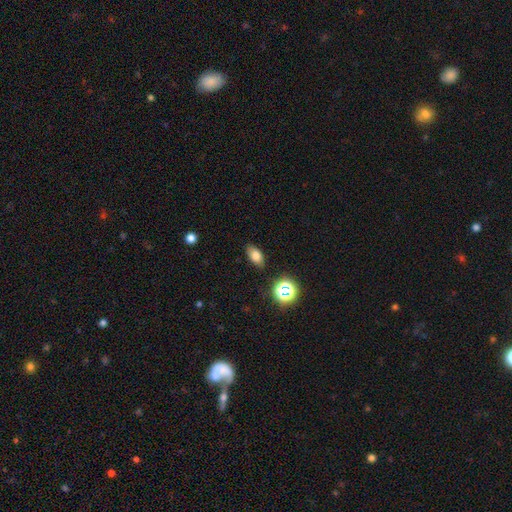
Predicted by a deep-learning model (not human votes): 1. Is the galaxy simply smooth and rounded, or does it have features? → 77% smooth, 14% star or artifact, 10% featured or disk.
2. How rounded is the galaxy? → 87% in between, 9% round, 4% cigar-shaped.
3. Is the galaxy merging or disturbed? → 85% none, 11% minor disturbance, 3% major disturbance, 2% merger.